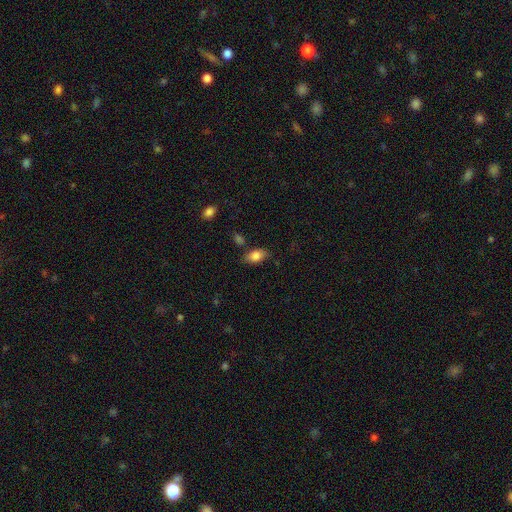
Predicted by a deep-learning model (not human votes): This is clearly a smooth galaxy (82%). How rounded: clearly in between (89%). Merging: likely none (73%).